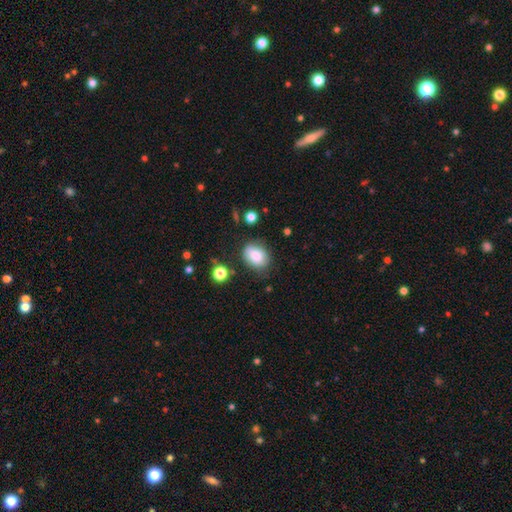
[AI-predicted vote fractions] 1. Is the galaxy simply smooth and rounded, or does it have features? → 83% smooth, 9% star or artifact, 8% featured or disk.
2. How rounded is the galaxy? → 73% in between, 26% round, 1% cigar-shaped.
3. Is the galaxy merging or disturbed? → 71% none, 21% minor disturbance, 5% major disturbance, 3% merger.